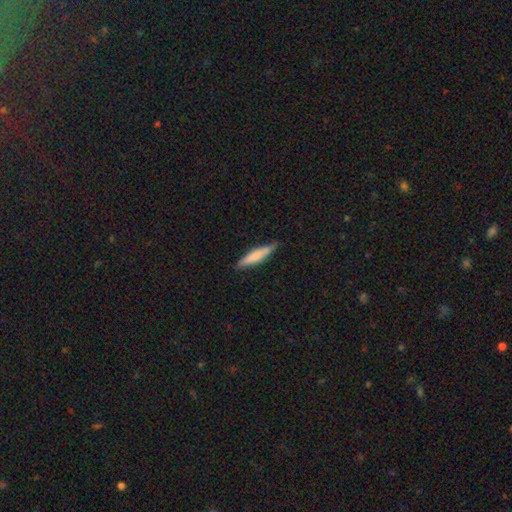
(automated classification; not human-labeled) The model was most divided on "smooth or featured": smooth: 71%, featured or disk: 23%, star or artifact: 6%. More confident: how rounded — cigar-shaped (87%); merging — none (84%).